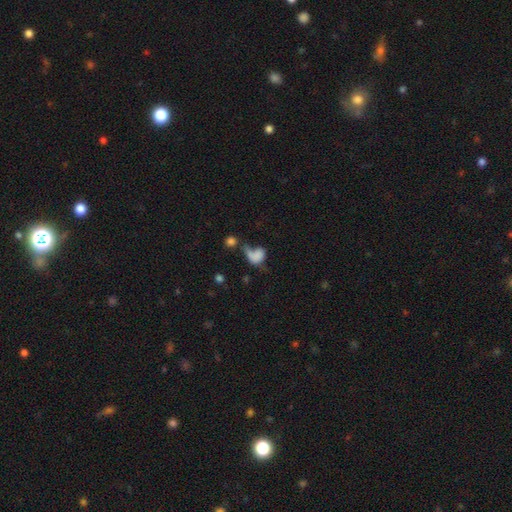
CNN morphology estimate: smooth_or_featured: smooth (p=0.65) [alt: featured or disk p=0.23]
how_rounded: in between (p=0.68) [alt: round p=0.29]
merging: major disturbance (p=0.34) [alt: merger p=0.30]